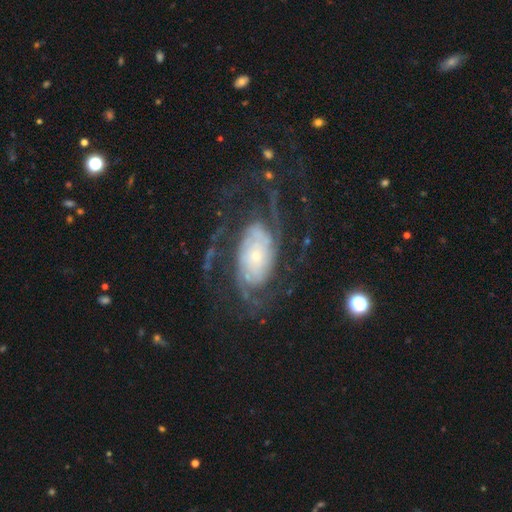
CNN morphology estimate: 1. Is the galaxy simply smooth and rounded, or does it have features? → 83% featured or disk, 10% smooth, 7% star or artifact.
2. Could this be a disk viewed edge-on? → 95% no, 5% yes.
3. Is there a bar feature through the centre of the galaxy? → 73% no, 20% weak, 8% strong.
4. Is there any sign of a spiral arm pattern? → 92% yes, 8% no.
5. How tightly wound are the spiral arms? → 47% tight, 35% medium, 18% loose.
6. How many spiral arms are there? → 32% can't tell, 31% 2, 14% 3, 9% 4, 7% 1, 7% more than 4.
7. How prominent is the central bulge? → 65% small, 23% moderate, 7% large, 3% none, 2% dominant.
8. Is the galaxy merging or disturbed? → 58% none, 24% major disturbance, 16% minor disturbance, 2% merger.